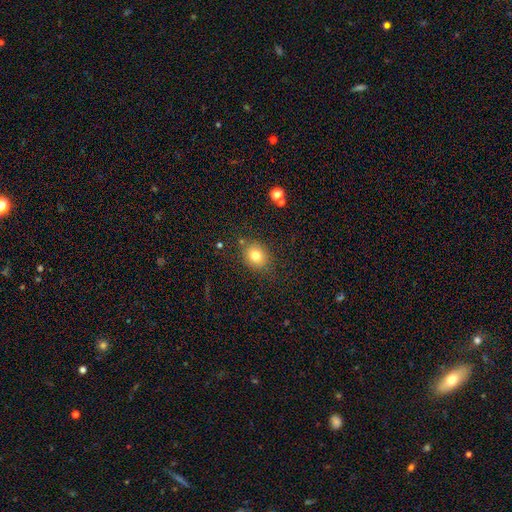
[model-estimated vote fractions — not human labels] smooth 78%, star or artifact 12%, featured or disk 10%. Down the decision tree: how rounded — round (60%); merging — none (80%).